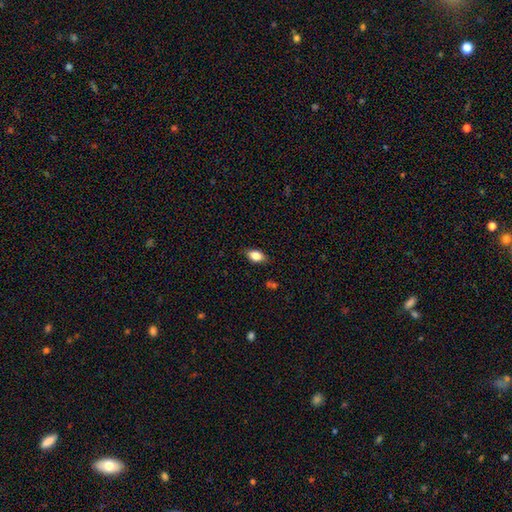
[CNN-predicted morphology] smooth_or_featured: smooth (p=0.82) [alt: featured or disk p=0.10]
how_rounded: in between (p=0.87) [alt: round p=0.08]
merging: none (p=0.84) [alt: minor disturbance p=0.12]